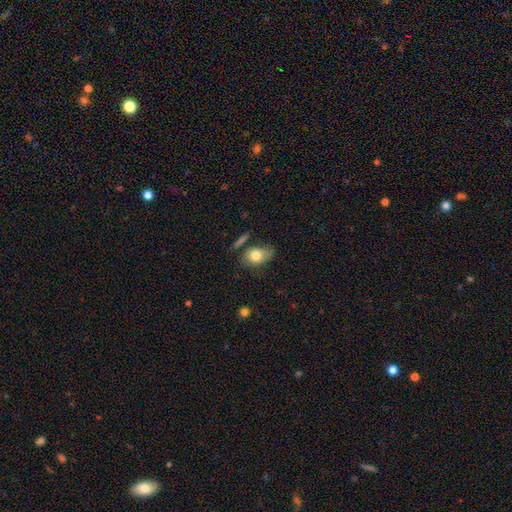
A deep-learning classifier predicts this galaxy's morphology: Smooth or featured: smooth — 76% (featured or disk — 16%)
How rounded: in between — 81% (round — 17%)
Merging: none — 58% (minor disturbance — 26%)